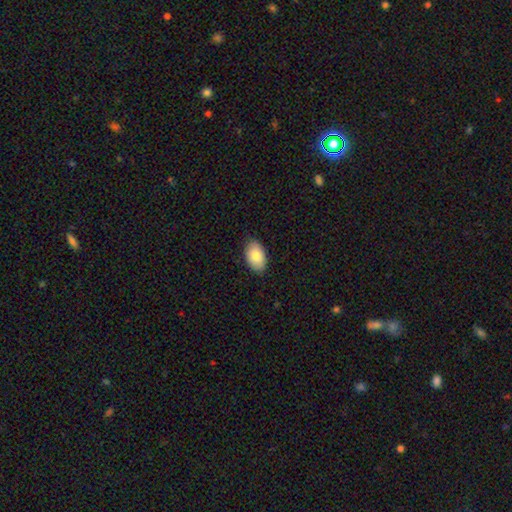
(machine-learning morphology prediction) Smooth or featured?
  - smooth: 83% *
  - featured or disk: 10%
  - star or artifact: 6%
How rounded?
  - in between: 93% *
  - round: 6%
  - cigar-shaped: 1%
Merging?
  - none: 86% *
  - minor disturbance: 11%
  - major disturbance: 2%
  - merger: 1%